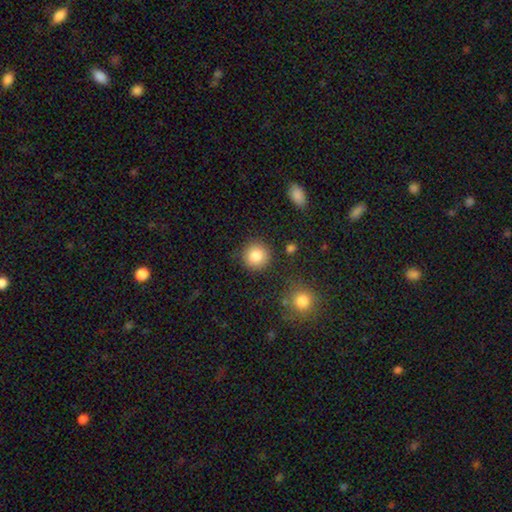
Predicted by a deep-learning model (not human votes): Q: Smooth or featured?
A: smooth (85%); runner-up: star or artifact (9%)
Q: How rounded?
A: round (92%); runner-up: in between (7%)
Q: Merging?
A: none (87%); runner-up: minor disturbance (8%)